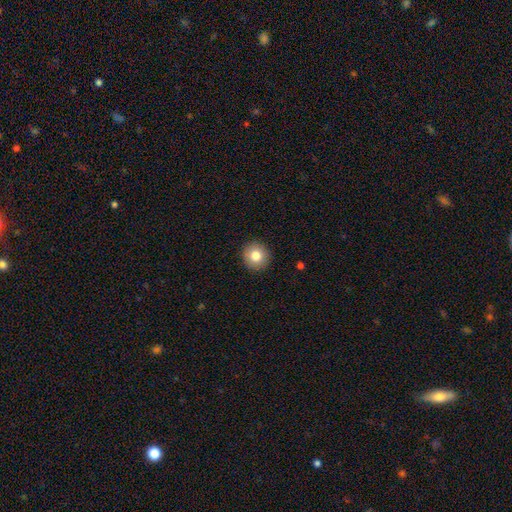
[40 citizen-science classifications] Morphology: type=smooth (80%); roundness=round (94%); merging=none (100%).